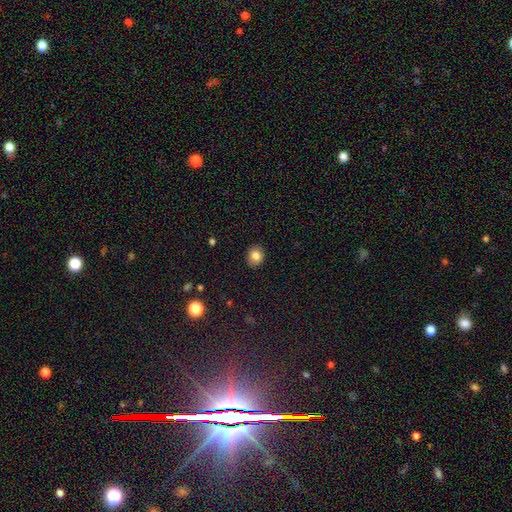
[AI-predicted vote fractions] A smooth galaxy with no disk features (84%) that is round (76%).

Vote fractions:
- Smooth or featured? smooth: 84% / star or artifact: 10% / featured or disk: 6%
- How rounded? round: 76% / in between: 23% / cigar-shaped: 1%
- Merging? none: 90% / minor disturbance: 7% / major disturbance: 2% / merger: 1%